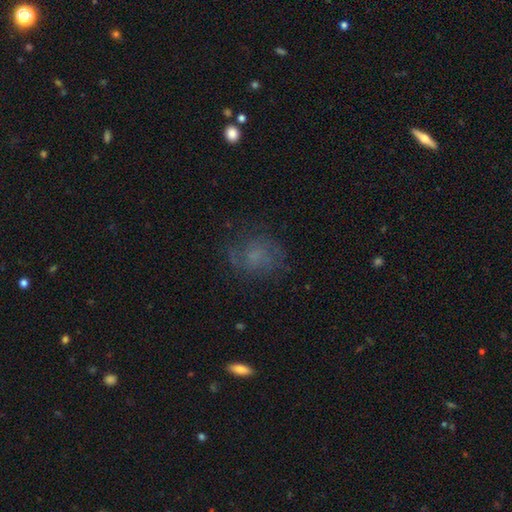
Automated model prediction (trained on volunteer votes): Q: Smooth or featured?
A: smooth (42%); runner-up: featured or disk (38%)
Q: Merging?
A: none (68%); runner-up: minor disturbance (18%)